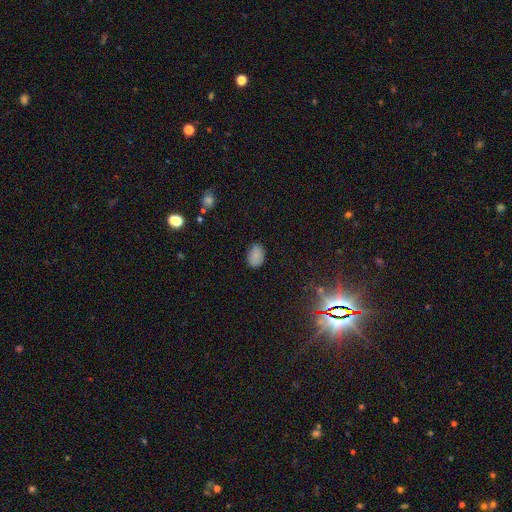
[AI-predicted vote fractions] smooth 82%, star or artifact 12%, featured or disk 6%. Down the decision tree: how rounded — in between (82%); merging — none (79%).